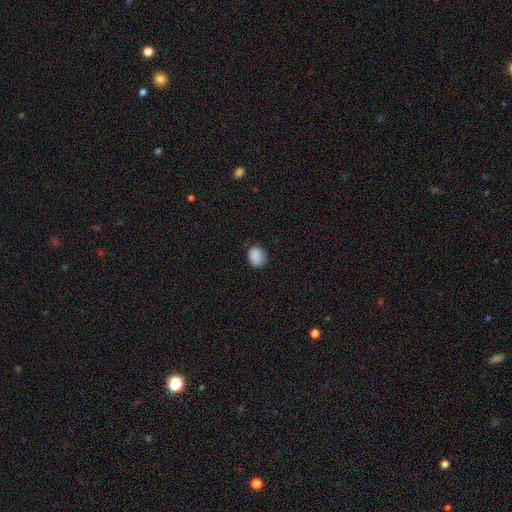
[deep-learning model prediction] Morphology: type=smooth (86%); roundness=in between (50%); merging=none (74%).